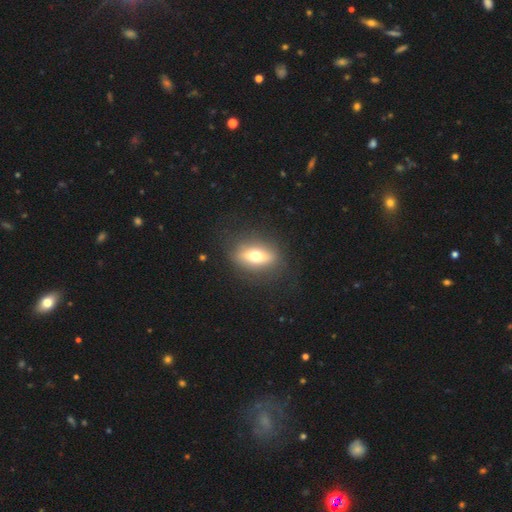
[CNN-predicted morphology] type=smooth (54%); roundness=in between (67%); merging=none (83%).